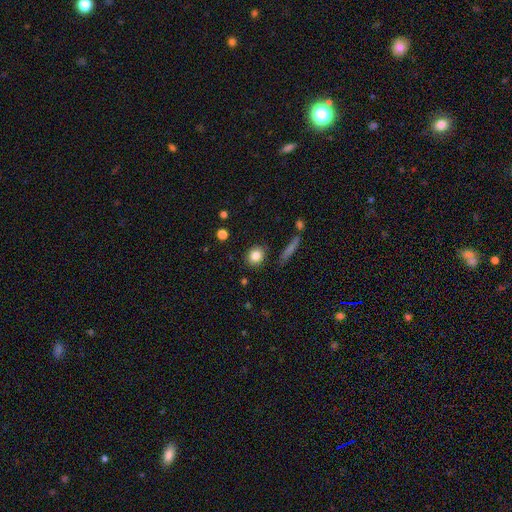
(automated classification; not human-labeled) The model was most divided on "how rounded": round: 74%, in between: 23%, cigar-shaped: 2%. More confident: merging — none (86%); smooth or featured — smooth (83%).